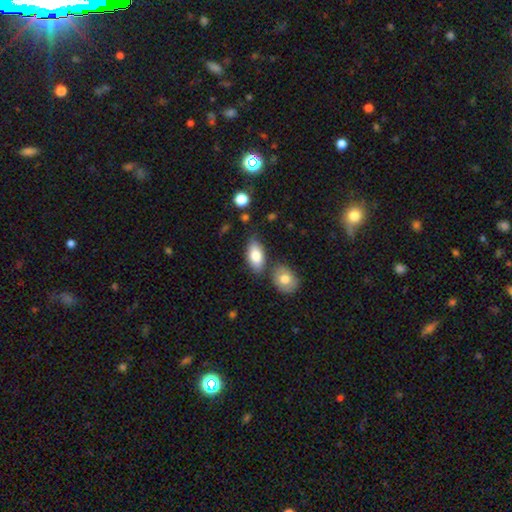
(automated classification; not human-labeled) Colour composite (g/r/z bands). It shows a smooth galaxy with no disk features (81%) that is in between round and cigar-shaped (92%). Merging: none (69%).